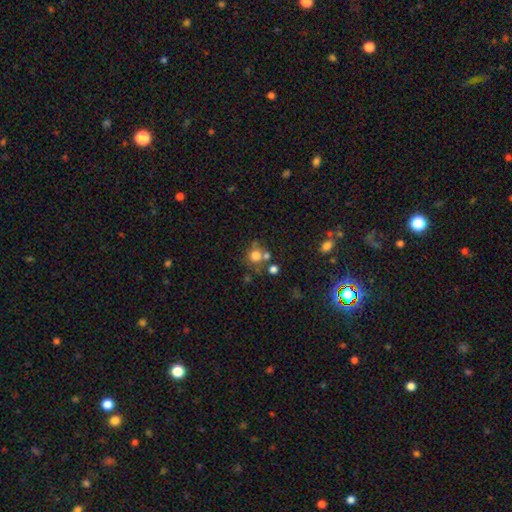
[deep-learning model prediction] A smooth galaxy with no disk features (73%) that is round (86%). Merging: none (56%).